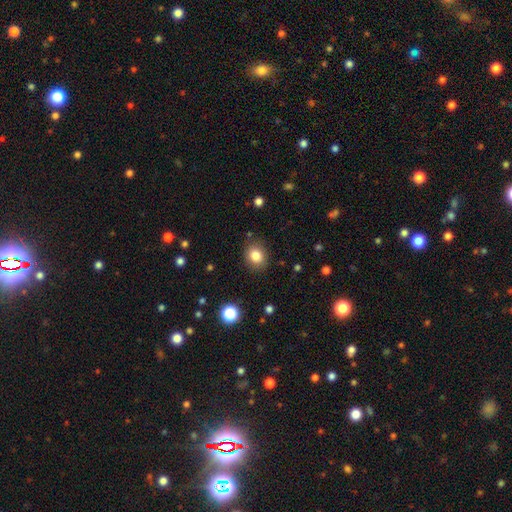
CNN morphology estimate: Overall: smooth (82%). How rounded: round (61%; in between 38%). Merging: none (86%).